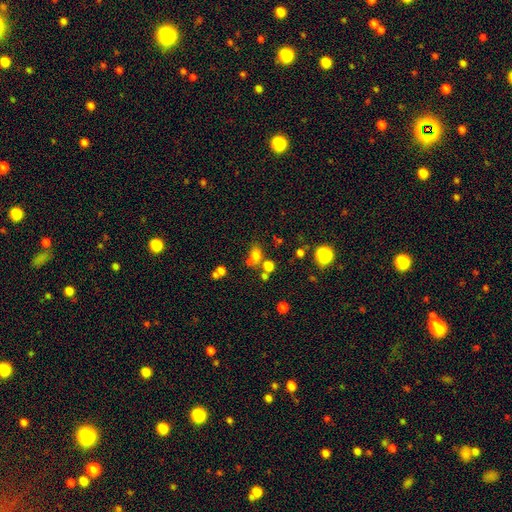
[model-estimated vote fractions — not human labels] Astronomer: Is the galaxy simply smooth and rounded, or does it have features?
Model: smooth — 71%.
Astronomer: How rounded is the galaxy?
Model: in between — 61% (runner-up: round, 37%).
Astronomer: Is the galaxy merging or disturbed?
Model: none — 50% (runner-up: merger, 28%).